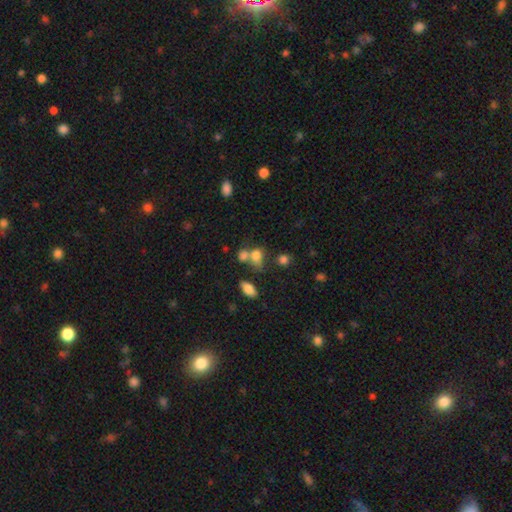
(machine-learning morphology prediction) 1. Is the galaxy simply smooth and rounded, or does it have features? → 75% smooth, 14% star or artifact, 10% featured or disk.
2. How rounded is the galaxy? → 58% in between, 40% round, 3% cigar-shaped.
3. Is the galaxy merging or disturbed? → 41% merger, 37% none, 13% minor disturbance, 9% major disturbance.